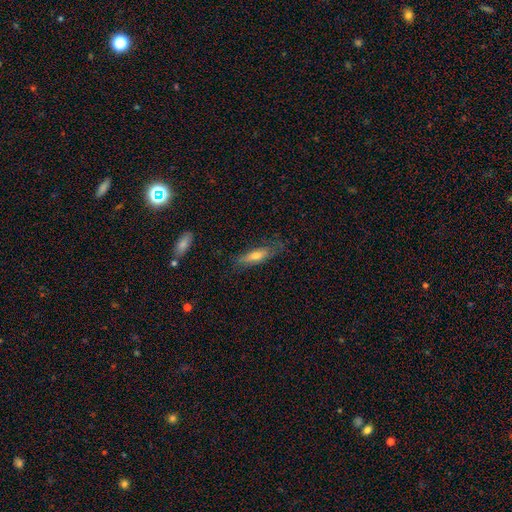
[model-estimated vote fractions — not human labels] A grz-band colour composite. It shows a smooth galaxy with no disk features (59%) that is cigar-shaped (61%). Merging: none (69%).